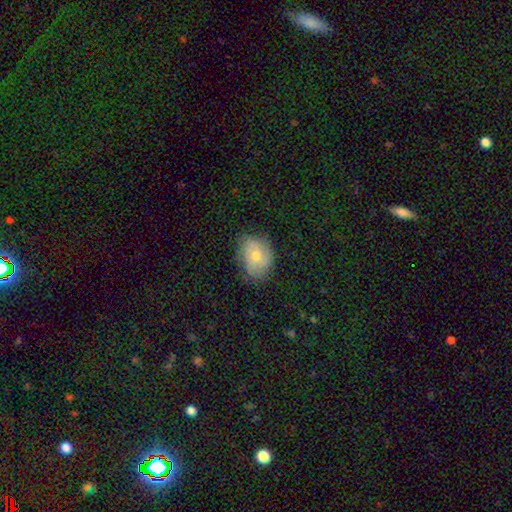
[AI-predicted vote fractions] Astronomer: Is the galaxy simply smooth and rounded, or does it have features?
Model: smooth — 62%.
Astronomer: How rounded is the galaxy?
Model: in between — 61% (runner-up: round, 38%).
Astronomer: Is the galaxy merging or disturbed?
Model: none — 68%.